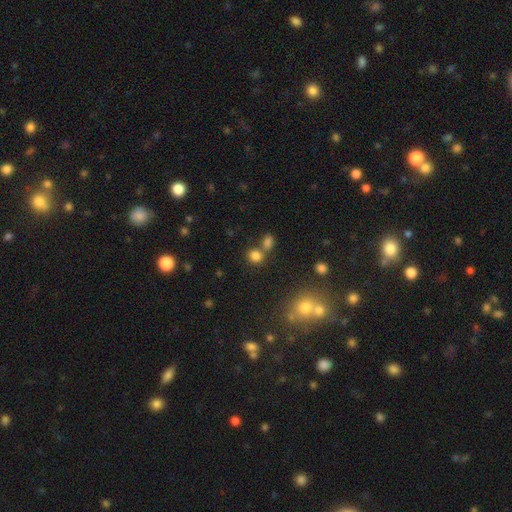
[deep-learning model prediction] Morphology: type=smooth (78%); roundness=round (72%); merging=none (57%).